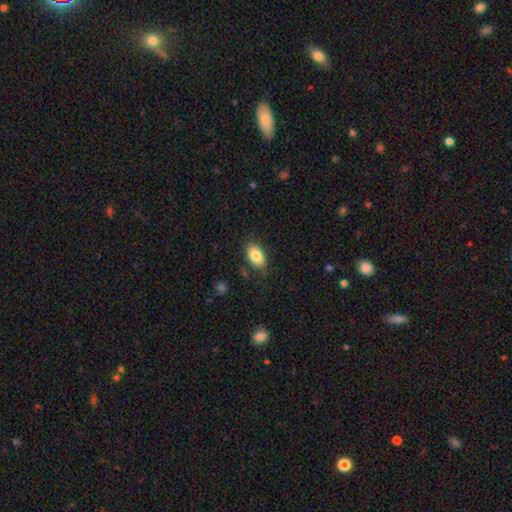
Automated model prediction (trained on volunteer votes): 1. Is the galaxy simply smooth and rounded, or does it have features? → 82% smooth, 10% featured or disk, 8% star or artifact.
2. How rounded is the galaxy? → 92% in between, 6% round, 2% cigar-shaped.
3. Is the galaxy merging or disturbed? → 81% none, 13% minor disturbance, 3% major disturbance, 2% merger.